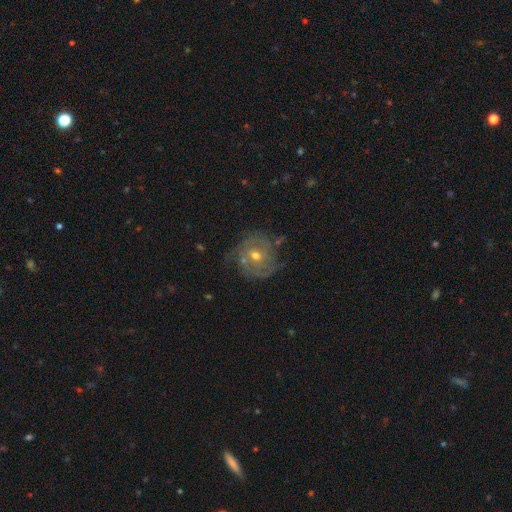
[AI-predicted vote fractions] featured or disk 75%, smooth 17%, star or artifact 8%. Down the decision tree: edge-on disk — no (97%); bar — no (67%); spiral arms — yes (82%); spiral arm count — can't tell (39%); spiral winding — tight (65%); bulge size — moderate (67%); merging — none (64%).